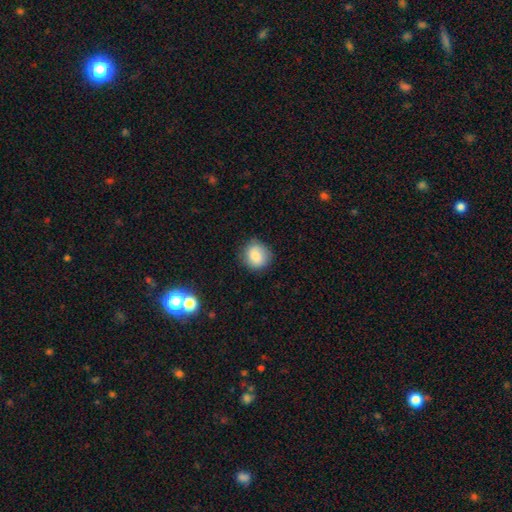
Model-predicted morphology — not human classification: smooth-or-featured: smooth: 83% | featured or disk: 9% | star or artifact: 9%
  how-rounded: round: 83% | in between: 16% | cigar-shaped: 1%
  merging: none: 82% | minor disturbance: 14% | major disturbance: 3% | merger: 1%